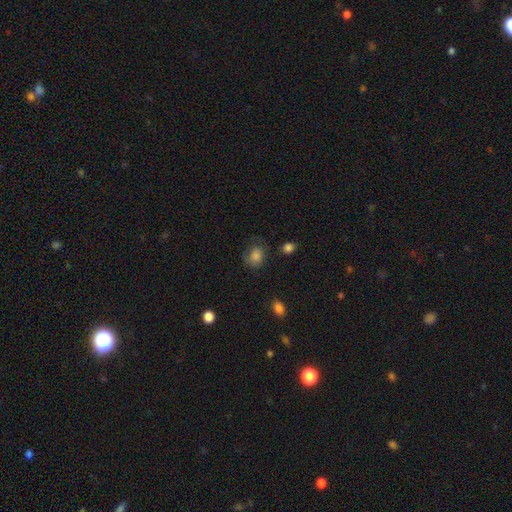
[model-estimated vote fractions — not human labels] smooth 78%, star or artifact 11%, featured or disk 11%. Down the decision tree: how rounded — round (58%); merging — none (61%).